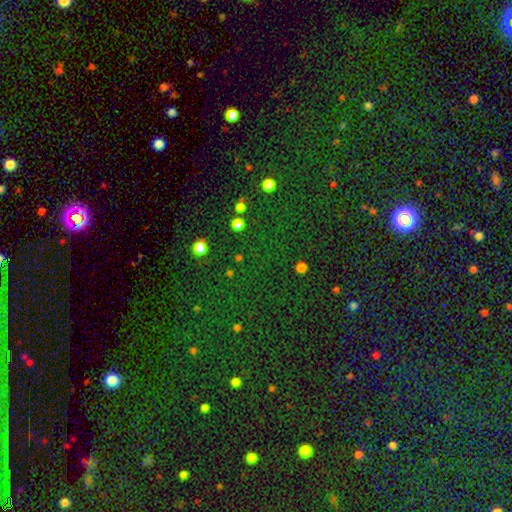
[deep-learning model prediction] A star or artifact, not a galaxy (76%).